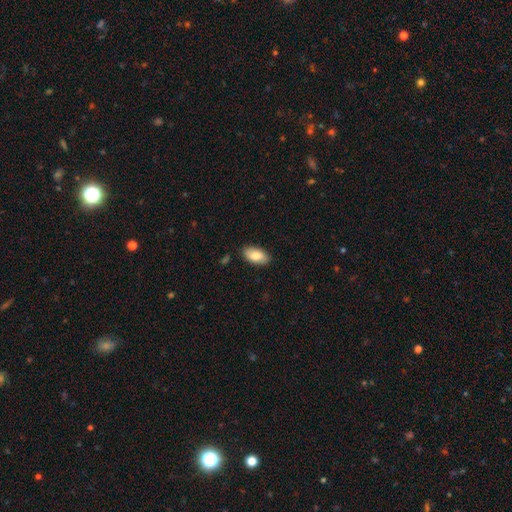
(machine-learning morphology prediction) Smooth or featured? Predicted: smooth (p=0.82). How rounded? Predicted: in between (p=0.94). Merging? Predicted: none (p=0.87).